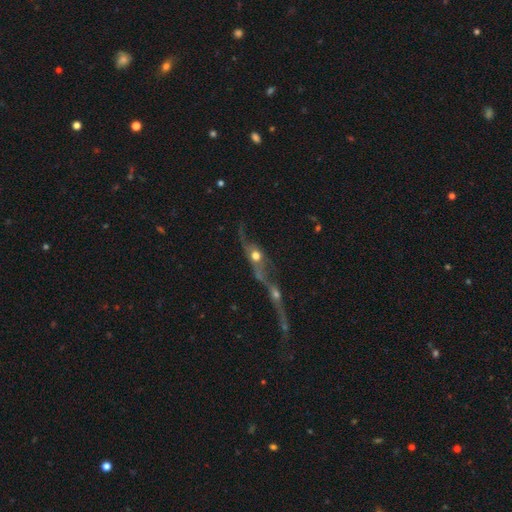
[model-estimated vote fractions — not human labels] Morphology: type=featured or disk (57%); edge-on=no (68%); merging=merger (65%).